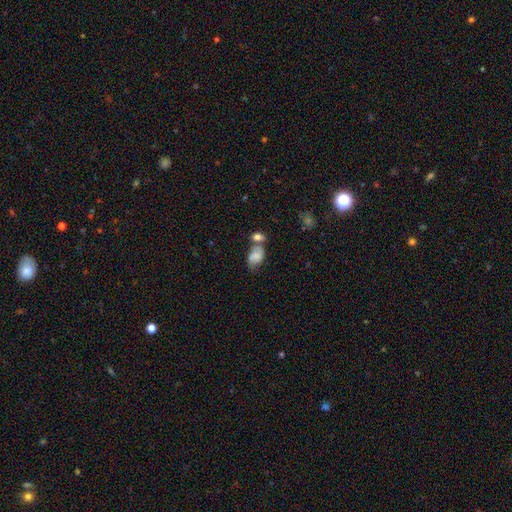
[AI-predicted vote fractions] Morphology: type=smooth (59%); roundness=in between (86%); merging=merger (36%).